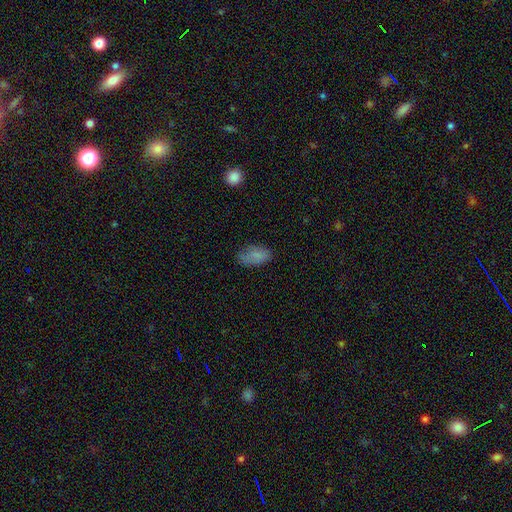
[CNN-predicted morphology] Q: Smooth or featured?
A: smooth (80%); runner-up: star or artifact (11%)
Q: How rounded?
A: in between (92%); runner-up: round (6%)
Q: Merging?
A: none (67%); runner-up: minor disturbance (24%)